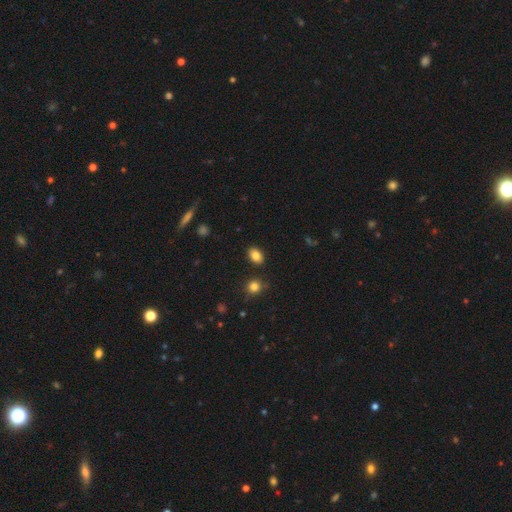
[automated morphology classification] smooth_or_featured: smooth (p=0.85) [alt: star or artifact p=0.09]
how_rounded: in between (p=0.81) [alt: round p=0.17]
merging: none (p=0.87) [alt: minor disturbance p=0.09]